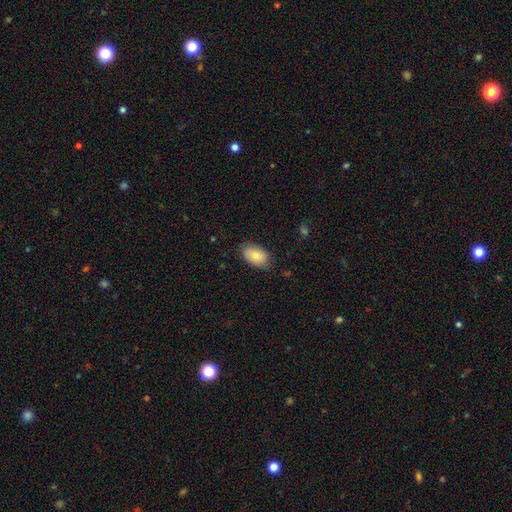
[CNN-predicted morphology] smooth 82%, featured or disk 11%, star or artifact 7%. Down the decision tree: how rounded — in between (93%); merging — none (77%).